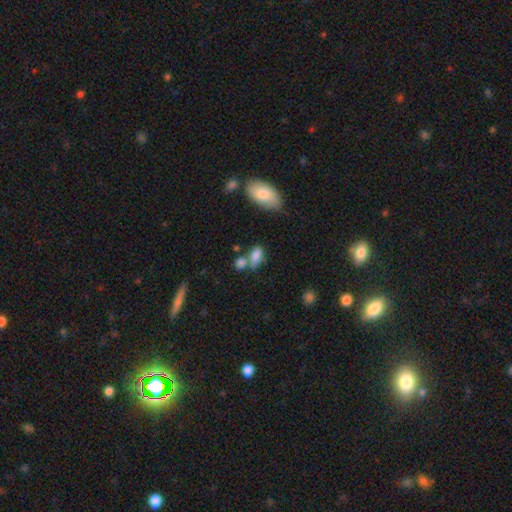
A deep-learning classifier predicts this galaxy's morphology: Smooth or featured? smooth (80%)
How rounded? in between (86%)
Merging? none (41%)